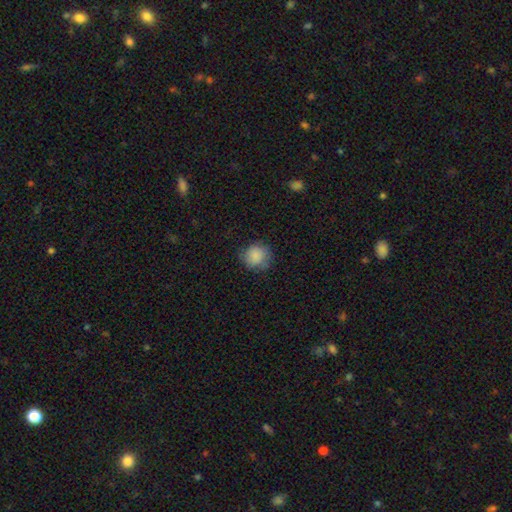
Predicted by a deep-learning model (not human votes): smooth-or-featured: smooth: 86% | star or artifact: 9% | featured or disk: 5%
  how-rounded: round: 88% | in between: 11% | cigar-shaped: 1%
  merging: none: 76% | minor disturbance: 17% | major disturbance: 5% | merger: 1%